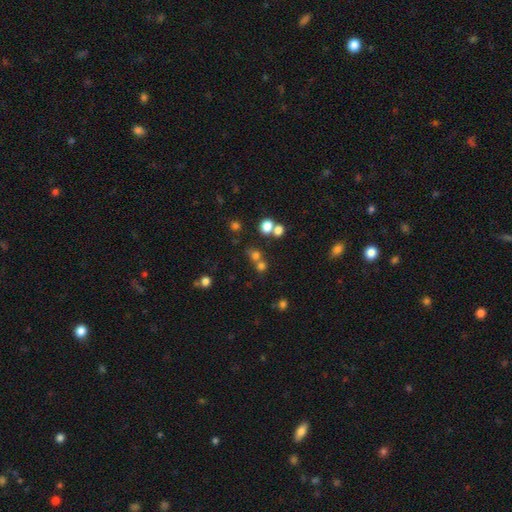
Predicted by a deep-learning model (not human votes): Q: Smooth or featured?
A: smooth (65%); runner-up: star or artifact (24%)
Q: How rounded?
A: round (83%); runner-up: in between (16%)
Q: Merging?
A: none (52%); runner-up: merger (36%)